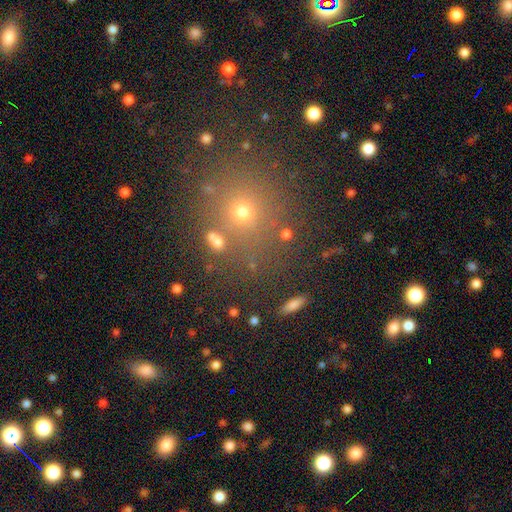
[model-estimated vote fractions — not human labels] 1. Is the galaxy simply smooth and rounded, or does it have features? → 53% smooth, 37% star or artifact, 10% featured or disk.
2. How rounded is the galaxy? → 88% round, 11% in between, 1% cigar-shaped.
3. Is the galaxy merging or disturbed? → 79% none, 9% minor disturbance, 8% merger, 4% major disturbance.